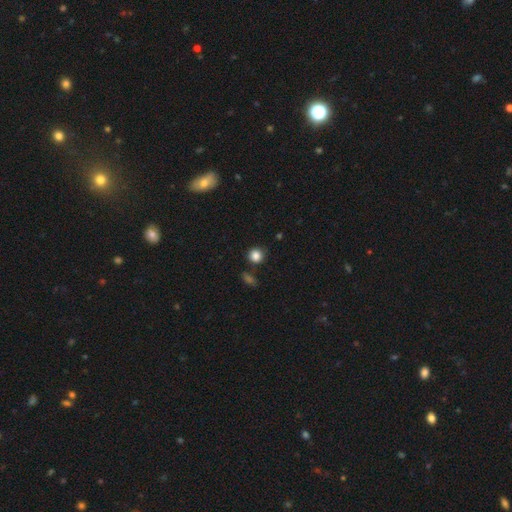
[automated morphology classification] Smooth or featured? smooth (85%)
How rounded? round (90%)
Merging? none (81%)